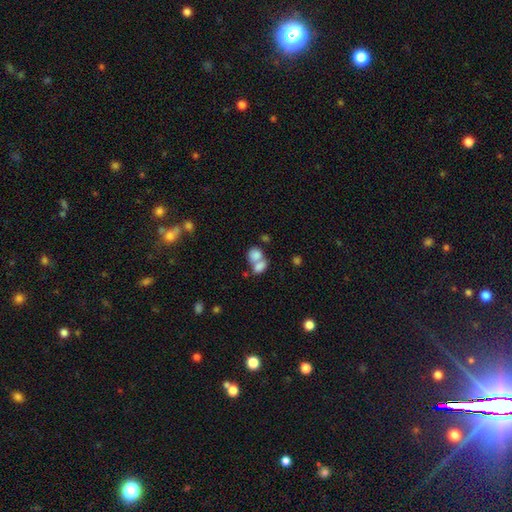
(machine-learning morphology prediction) type=smooth (79%); roundness=in between (65%); merging=merger (68%).